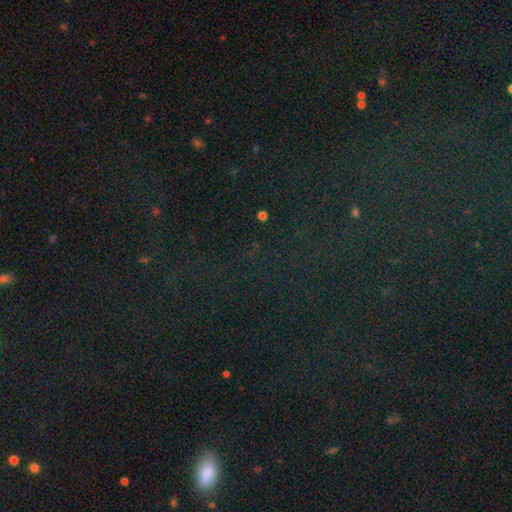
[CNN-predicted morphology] The model was most divided on "smooth or featured": star or artifact: 76%, smooth: 15%, featured or disk: 9%.